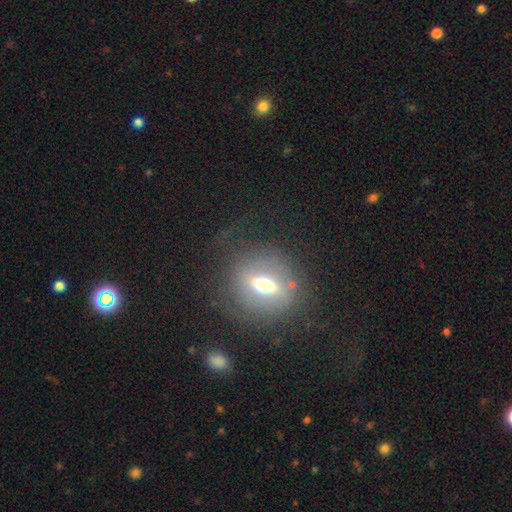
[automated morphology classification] This appears to be a featured or disk galaxy (47%). Merging: none (78%).